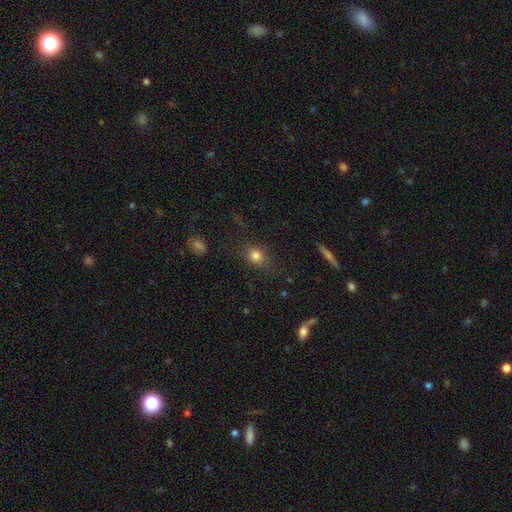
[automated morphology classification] This appears to be a smooth galaxy with no disk features (78%) that is round (57%). Merging: none (76%).